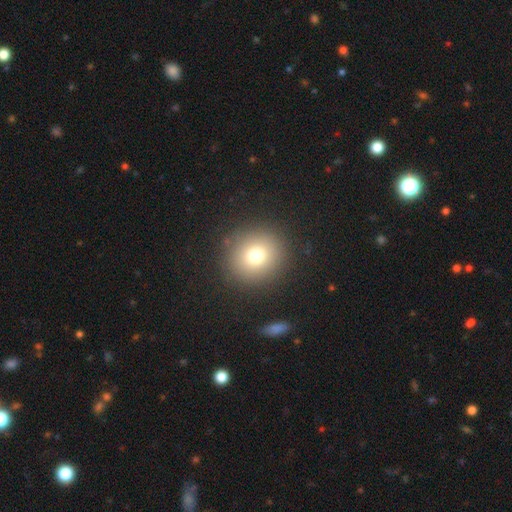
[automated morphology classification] Smooth or featured: smooth — 76% (star or artifact — 14%)
How rounded: round — 89% (in between — 10%)
Merging: none — 89% (minor disturbance — 6%)